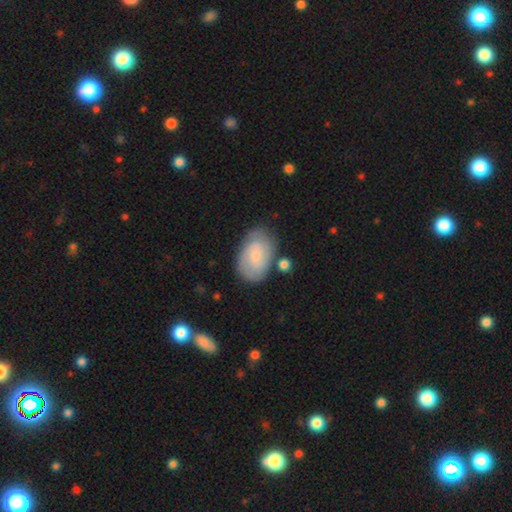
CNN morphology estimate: Smooth or featured? featured or disk (50%)
Edge-on disk? no (96%)
Merging? none (72%)